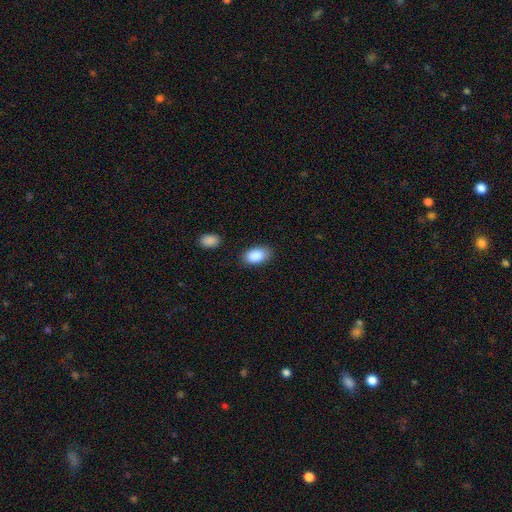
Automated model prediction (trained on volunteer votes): smooth-or-featured: smooth: 89% | star or artifact: 7% | featured or disk: 4%
  how-rounded: in between: 92% | round: 7% | cigar-shaped: 1%
  merging: none: 82% | minor disturbance: 13% | major disturbance: 3% | merger: 3%